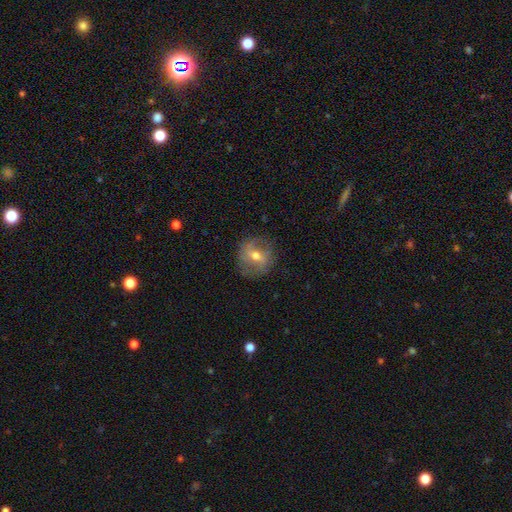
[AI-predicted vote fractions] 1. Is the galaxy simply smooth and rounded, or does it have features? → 48% featured or disk, 43% smooth, 9% star or artifact.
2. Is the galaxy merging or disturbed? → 79% none, 14% minor disturbance, 5% major disturbance, 1% merger.